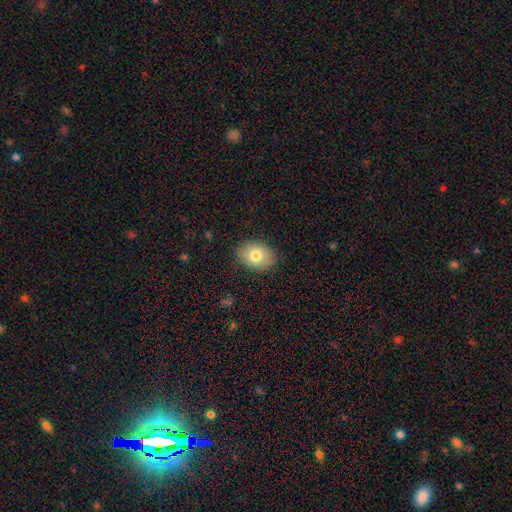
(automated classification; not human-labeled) Smooth or featured? smooth (78%)
How rounded? in between (75%)
Merging? none (86%)